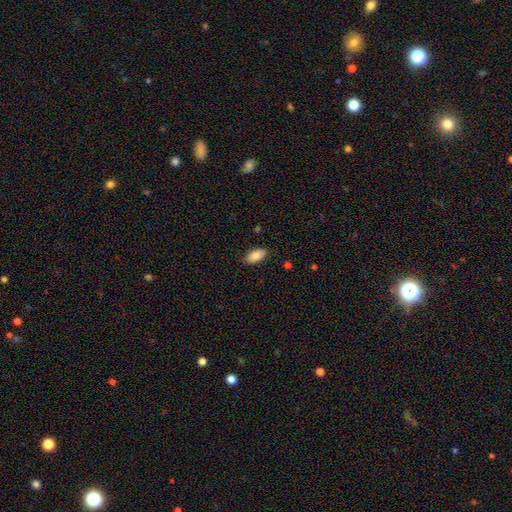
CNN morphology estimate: Smooth or featured? Predicted: smooth (p=0.81). How rounded? Predicted: in between (p=0.94). Merging? Predicted: none (p=0.86).